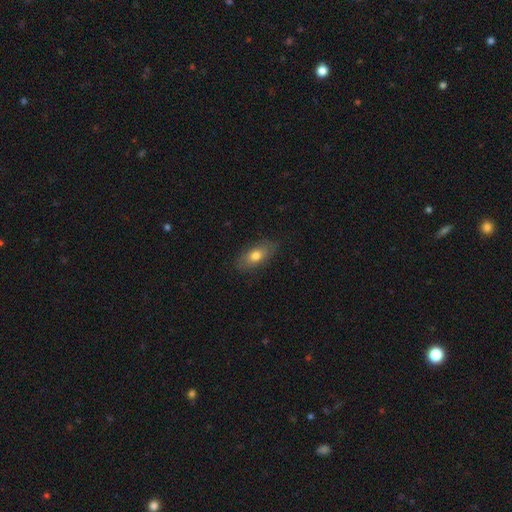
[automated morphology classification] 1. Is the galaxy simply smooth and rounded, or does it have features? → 71% smooth, 22% featured or disk, 7% star or artifact.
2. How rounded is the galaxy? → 86% in between, 8% cigar-shaped, 6% round.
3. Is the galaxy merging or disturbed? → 82% none, 14% minor disturbance, 3% major disturbance, 1% merger.